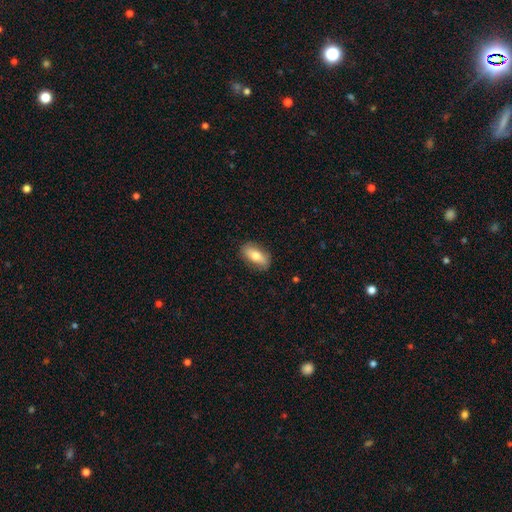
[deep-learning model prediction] The model was most divided on "smooth or featured": smooth: 69%, featured or disk: 25%, star or artifact: 6%. More confident: merging — none (84%); how rounded — in between (82%).